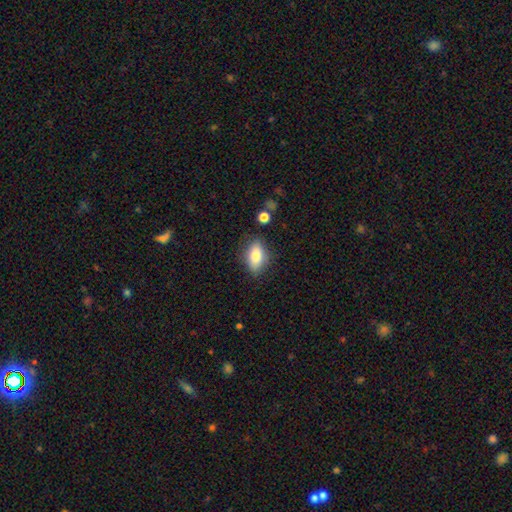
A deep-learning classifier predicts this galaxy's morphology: A smooth galaxy with no disk features (80%) that is in between round and cigar-shaped (86%).

Vote fractions:
- Smooth or featured? smooth: 80% / featured or disk: 12% / star or artifact: 8%
- How rounded? in between: 86% / round: 7% / cigar-shaped: 7%
- Merging? none: 79% / minor disturbance: 15% / major disturbance: 4% / merger: 3%